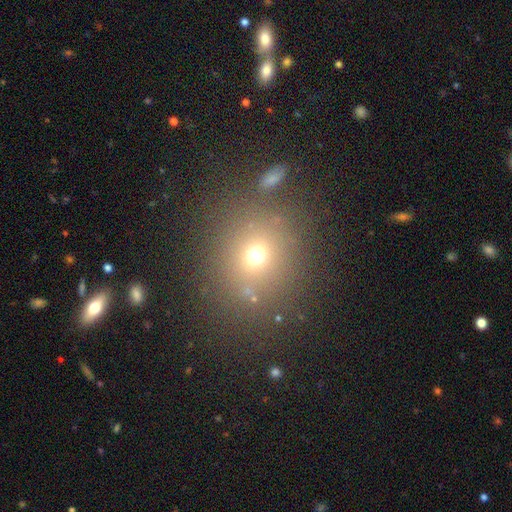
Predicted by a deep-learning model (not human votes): This appears to be a smooth galaxy with no disk features (68%) that is round (80%). Merging: none (79%).